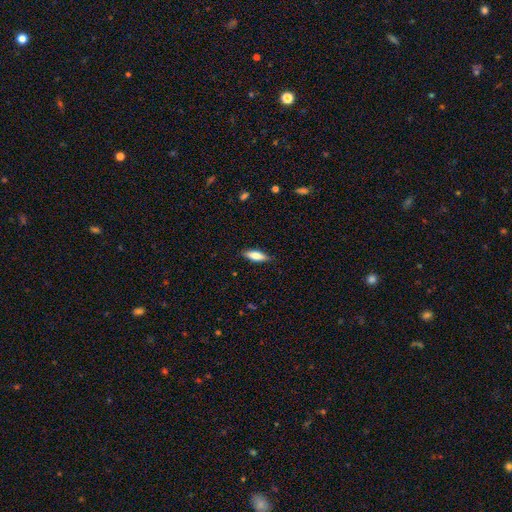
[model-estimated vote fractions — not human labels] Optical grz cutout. It shows a smooth galaxy with no disk features (71%) that is in between round and cigar-shaped (55%). Merging: none (87%).